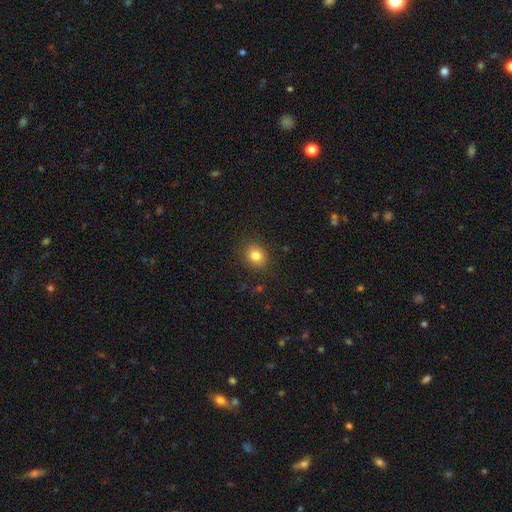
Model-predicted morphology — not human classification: The model was most divided on "how rounded": round: 67%, in between: 32%, cigar-shaped: 1%. More confident: merging — none (87%); smooth or featured — smooth (81%).